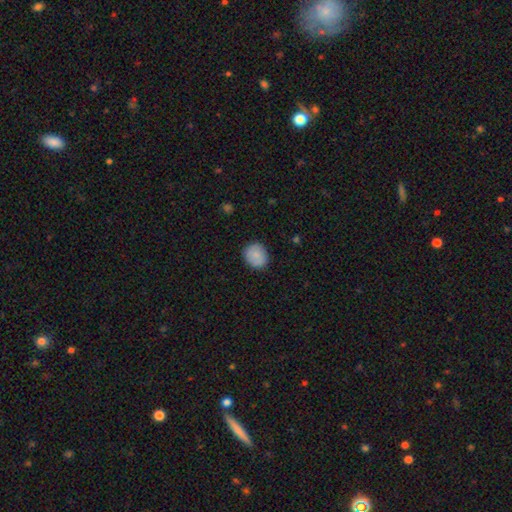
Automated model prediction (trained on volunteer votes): This appears to be a smooth galaxy with no disk features (84%) that is round (77%). Merging: none (86%).